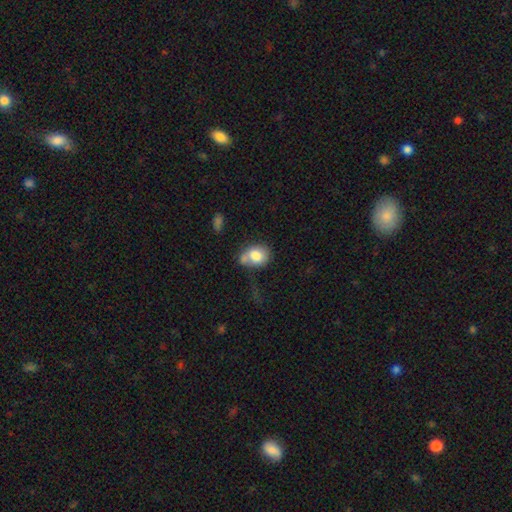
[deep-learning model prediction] The model was most divided on "how rounded": round: 53%, in between: 46%, cigar-shaped: 1%. Remaining: smooth or featured — smooth (78%); merging — none (41%).